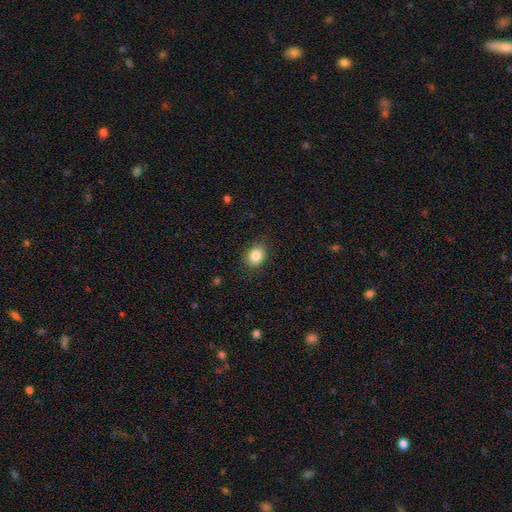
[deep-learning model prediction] smooth-or-featured: smooth: 85% | star or artifact: 9% | featured or disk: 6%
  how-rounded: round: 50% | in between: 49% | cigar-shaped: 1%
  merging: none: 86% | minor disturbance: 10% | major disturbance: 3% | merger: 1%